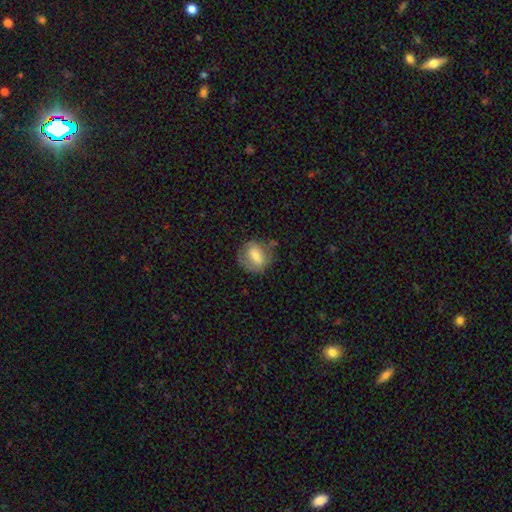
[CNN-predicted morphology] A smooth galaxy with no disk features (63%) that is round (53%). Merging: none (62%).